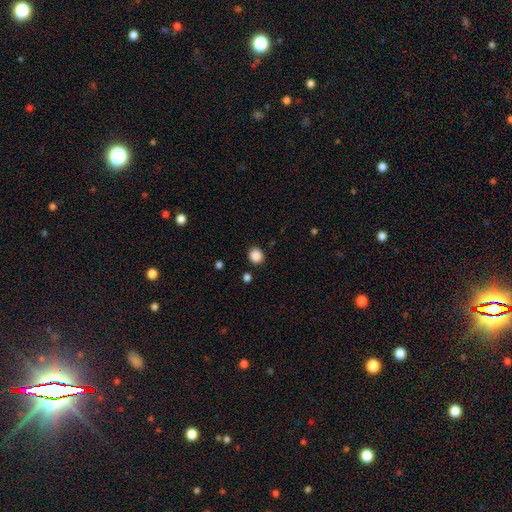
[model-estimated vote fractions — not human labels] A smooth galaxy with no disk features (87%) that is round (86%). Merging: none (89%).